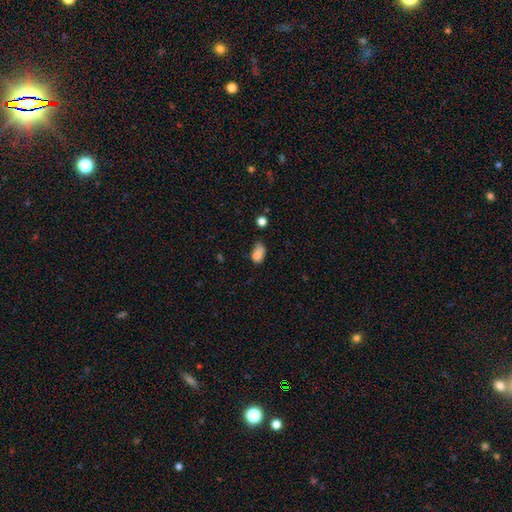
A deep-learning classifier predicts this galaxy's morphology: Smooth or featured: smooth — 79% (star or artifact — 11%)
How rounded: in between — 84% (round — 13%)
Merging: minor disturbance — 40% (none — 32%)